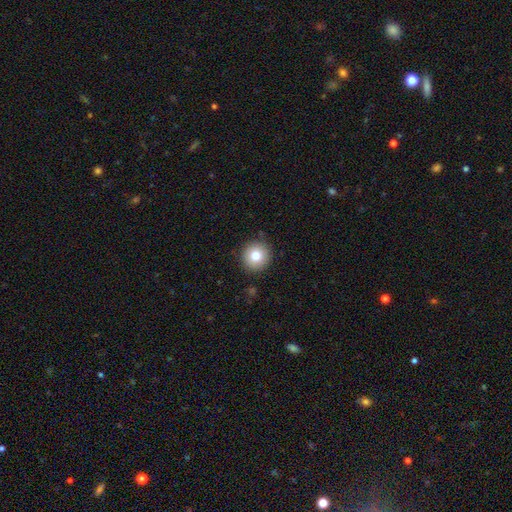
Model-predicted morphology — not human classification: This appears to be a smooth galaxy with no disk features (77%) that is round (94%). Merging: none (90%).